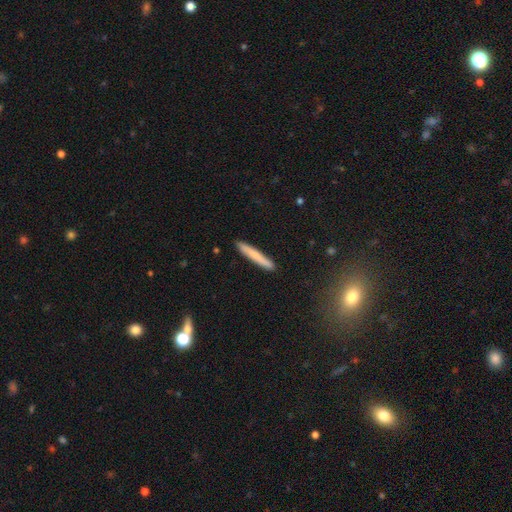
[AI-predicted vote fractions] The model was most divided on "smooth or featured": smooth: 72%, featured or disk: 22%, star or artifact: 6%. More confident: how rounded — cigar-shaped (96%); merging — none (90%).